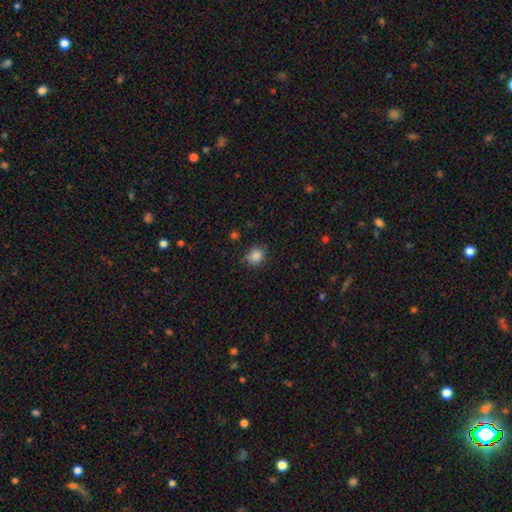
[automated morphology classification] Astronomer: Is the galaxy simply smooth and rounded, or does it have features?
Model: smooth — 85%.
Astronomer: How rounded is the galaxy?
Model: round — 65%.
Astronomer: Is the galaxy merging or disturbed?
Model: none — 74%.